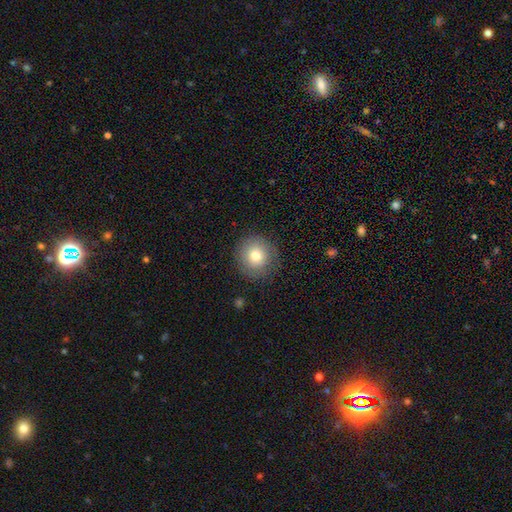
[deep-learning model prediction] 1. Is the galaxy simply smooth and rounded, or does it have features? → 76% smooth, 14% featured or disk, 10% star or artifact.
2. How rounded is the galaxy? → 93% round, 6% in between, 1% cigar-shaped.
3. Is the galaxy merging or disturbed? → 85% none, 10% minor disturbance, 4% major disturbance, 1% merger.